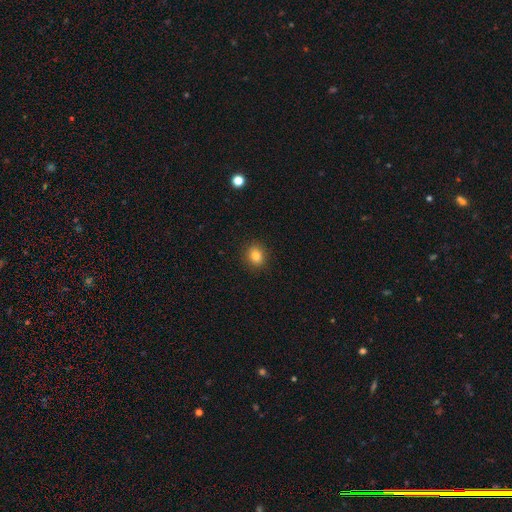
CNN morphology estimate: smooth 83%, star or artifact 11%, featured or disk 6%. Down the decision tree: how rounded — round (62%); merging — none (89%).